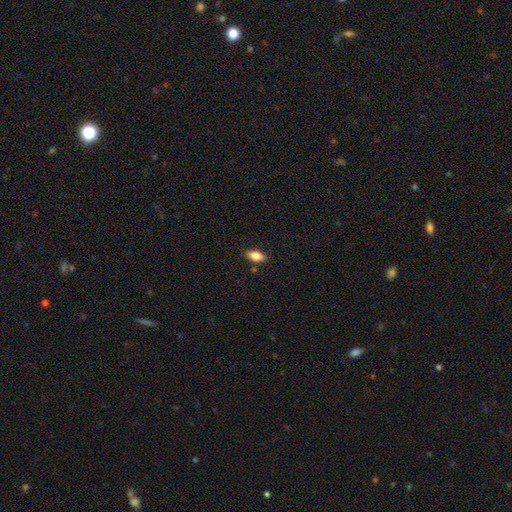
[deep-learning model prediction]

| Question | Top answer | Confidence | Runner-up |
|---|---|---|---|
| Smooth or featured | smooth | 77% | featured or disk (15%) |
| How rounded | in between | 86% | cigar-shaped (10%) |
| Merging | none | 84% | minor disturbance (12%) |